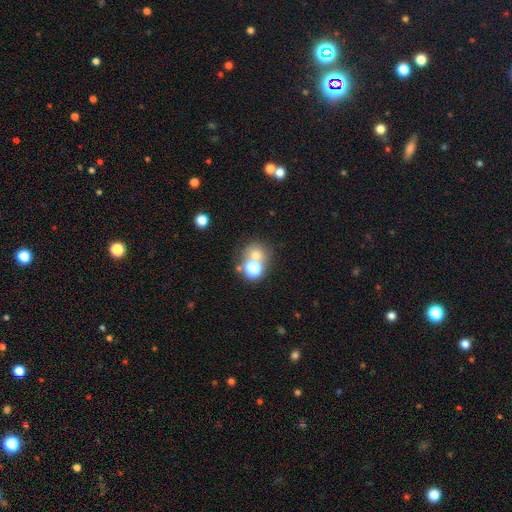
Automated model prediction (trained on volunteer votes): Morphology: type=smooth (66%); roundness=round (79%); merging=none (49%).